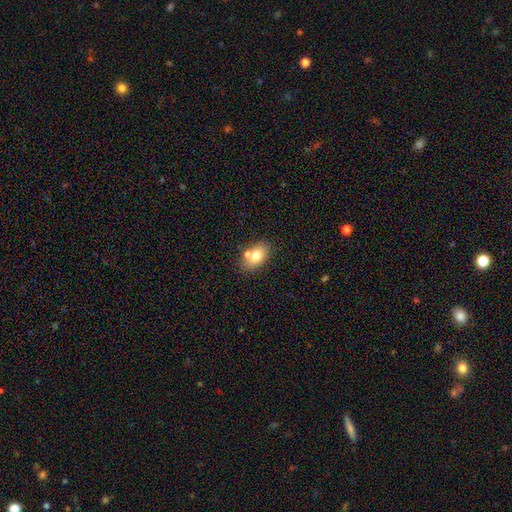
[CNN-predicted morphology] Smooth or featured? smooth (73%)
How rounded? in between (83%)
Merging? none (64%)